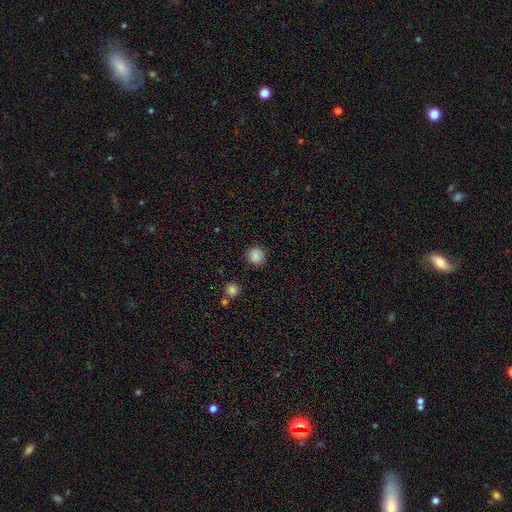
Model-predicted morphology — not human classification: smooth 87%, star or artifact 10%, featured or disk 3%. Down the decision tree: how rounded — round (90%); merging — none (90%).